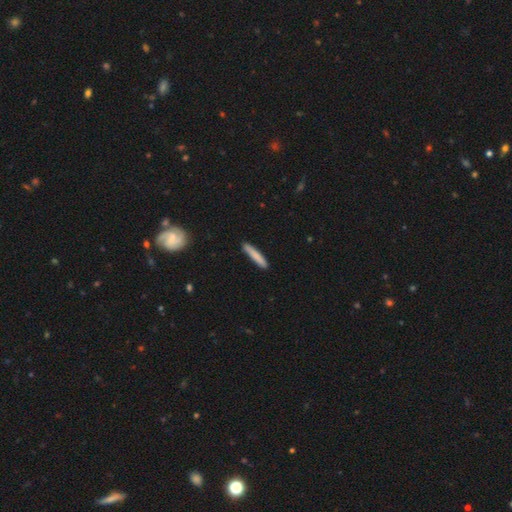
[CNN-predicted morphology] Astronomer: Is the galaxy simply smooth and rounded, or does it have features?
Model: smooth — 82%.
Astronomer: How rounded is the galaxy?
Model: cigar-shaped — 92%.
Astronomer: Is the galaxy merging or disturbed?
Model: none — 88%.